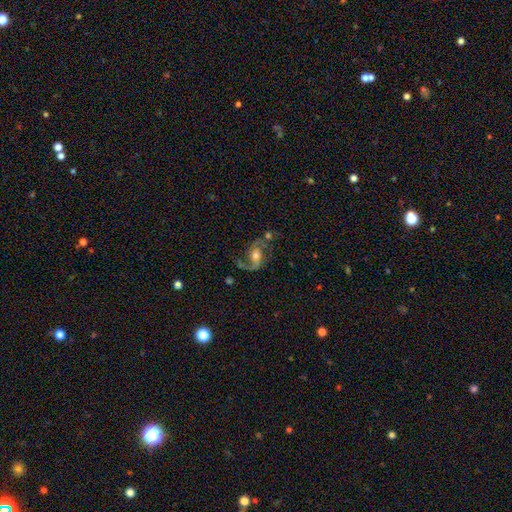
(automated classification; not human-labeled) Smooth or featured?
  - featured or disk: 86% *
  - smooth: 8%
  - star or artifact: 7%
Edge-on disk?
  - no: 97% *
  - yes: 3%
Bar?
  - no: 49% *
  - weak: 35%
  - strong: 15%
Spiral arms?
  - yes: 96% *
  - no: 4%
Spiral winding?
  - loose: 56% *
  - medium: 36%
  - tight: 8%
Spiral arm count?
  - 2: 86% *
  - 1: 8%
  - can't tell: 2%
  - 3: 1%
  - 4: 1%
  - more than 4: 1%
Bulge size?
  - moderate: 67% *
  - small: 22%
  - large: 8%
  - none: 2%
  - dominant: 1%
Merging?
  - none: 59% *
  - minor disturbance: 17%
  - major disturbance: 16%
  - merger: 8%